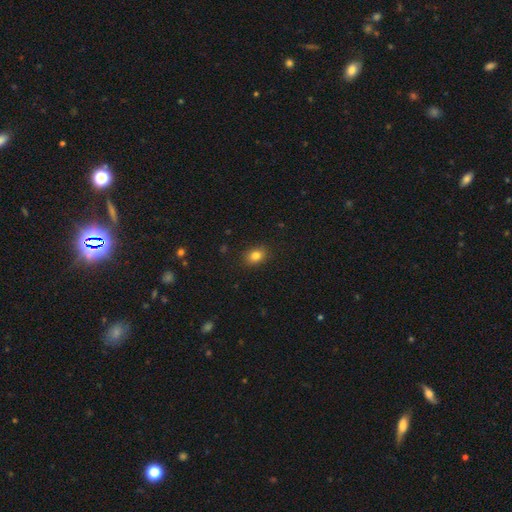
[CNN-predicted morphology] smooth 83%, star or artifact 11%, featured or disk 7%. Down the decision tree: how rounded — in between (62%); merging — none (88%).